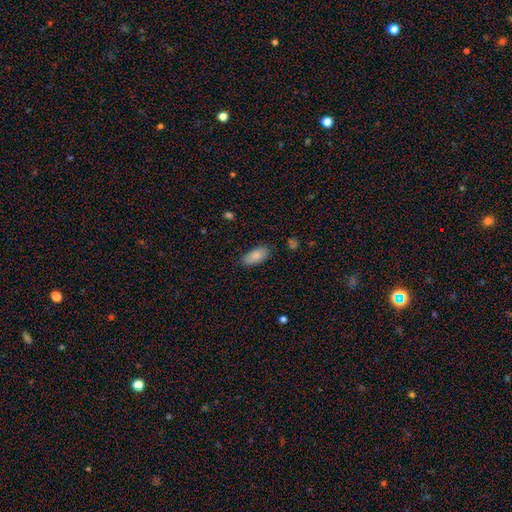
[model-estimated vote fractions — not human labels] smooth 86%, featured or disk 8%, star or artifact 7%. Down the decision tree: how rounded — in between (90%); merging — none (83%).